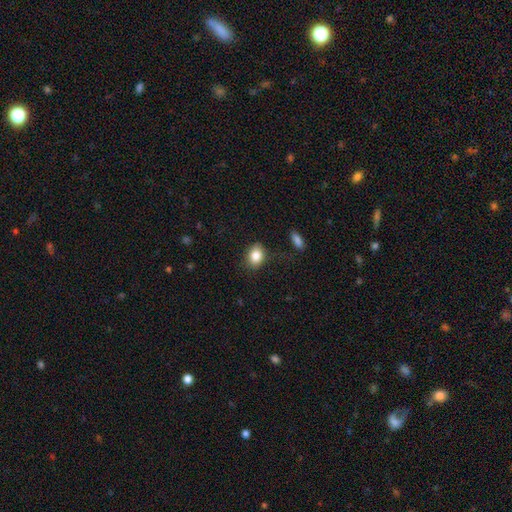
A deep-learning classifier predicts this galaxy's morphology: A smooth galaxy with no disk features (84%) that is in between round and cigar-shaped (62%). Merging: none (79%).